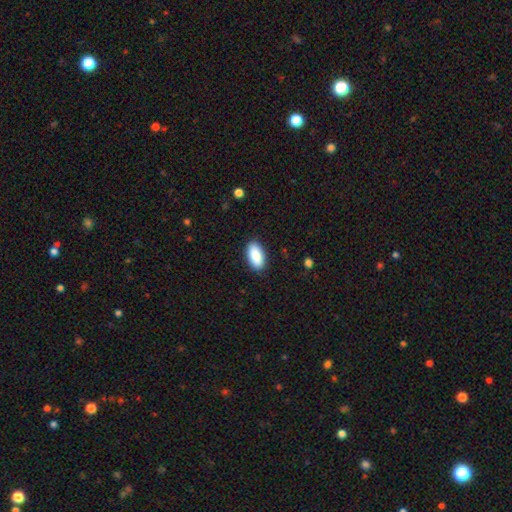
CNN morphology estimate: smooth-or-featured: smooth: 89% | star or artifact: 6% | featured or disk: 5%
  how-rounded: in between: 93% | cigar-shaped: 5% | round: 3%
  merging: none: 88% | minor disturbance: 9% | major disturbance: 2% | merger: 1%